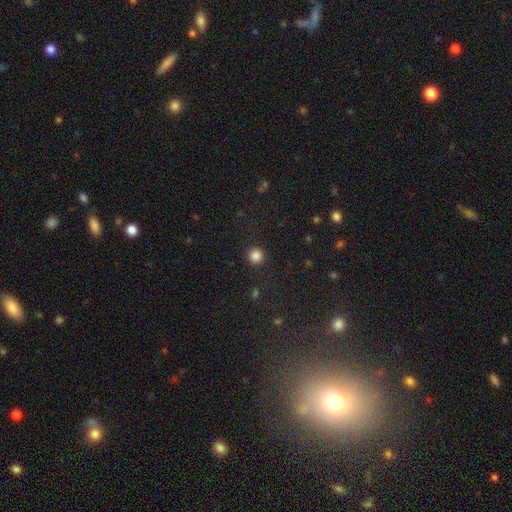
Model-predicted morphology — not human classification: smooth 85%, star or artifact 11%, featured or disk 3%. Down the decision tree: how rounded — round (94%); merging — none (92%).